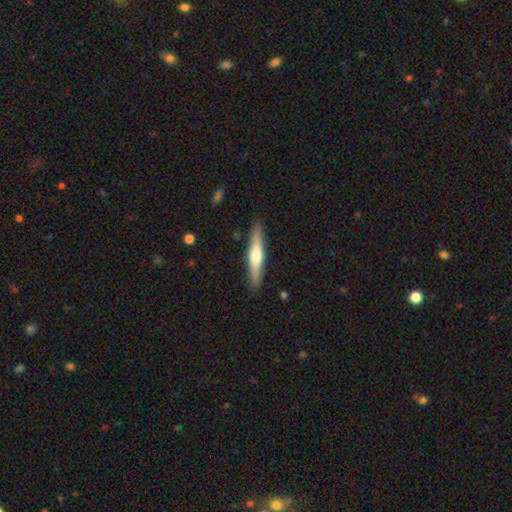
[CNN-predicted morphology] smooth-or-featured: featured or disk: 52% | smooth: 43% | star or artifact: 5%
  disk-edge-on: yes: 95% | no: 5%
  merging: none: 90% | minor disturbance: 7% | major disturbance: 2% | merger: 1%